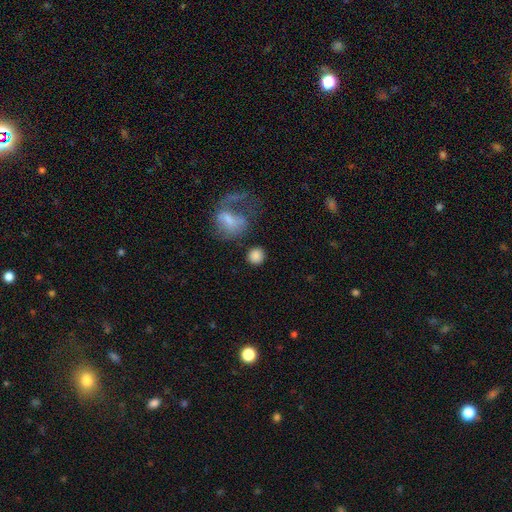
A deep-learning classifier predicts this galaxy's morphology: This is clearly a smooth galaxy (85%). How rounded: clearly round (85%). Merging: likely none (77%).